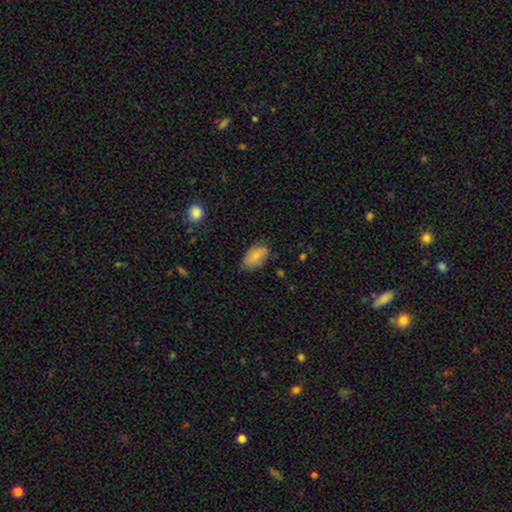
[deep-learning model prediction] This appears to be a smooth galaxy with no disk features (71%) that is in between round and cigar-shaped (92%). Merging: none (68%).